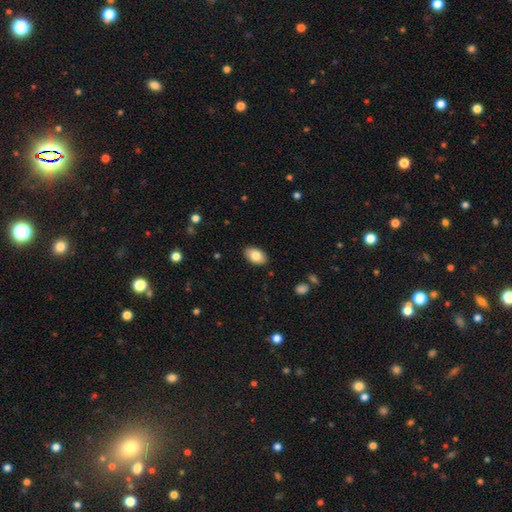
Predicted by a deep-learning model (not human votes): Q: Smooth or featured?
A: smooth (83%); runner-up: featured or disk (10%)
Q: How rounded?
A: in between (93%); runner-up: round (6%)
Q: Merging?
A: none (88%); runner-up: minor disturbance (9%)